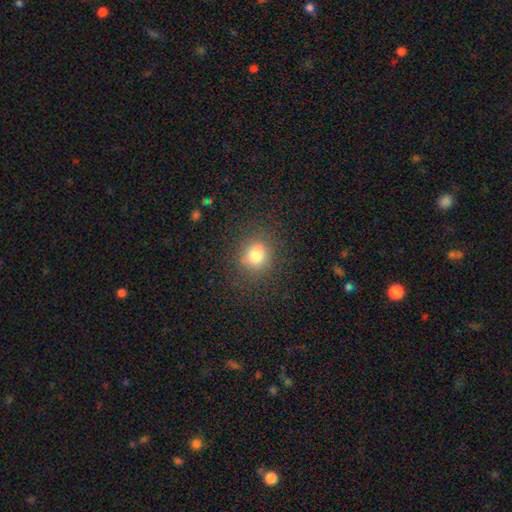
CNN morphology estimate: Smooth or featured? smooth (77%)
How rounded? round (76%)
Merging? none (83%)